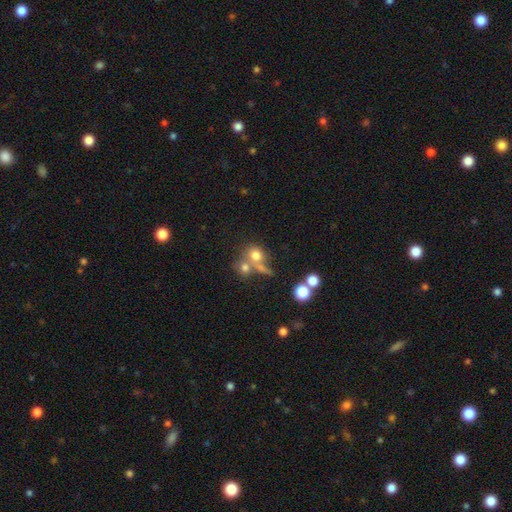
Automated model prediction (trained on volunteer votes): Smooth or featured: smooth — 70% (featured or disk — 16%)
How rounded: round — 76% (in between — 22%)
Merging: merger — 45% (none — 36%)